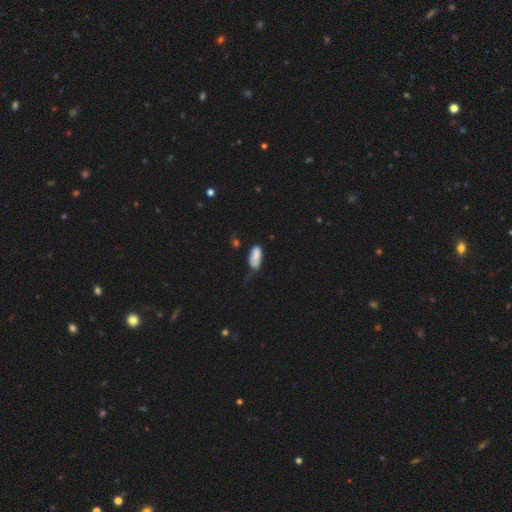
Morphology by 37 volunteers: A smooth galaxy with no disk features (84%) that is in between round and cigar-shaped (81%). Merging: none (47%).